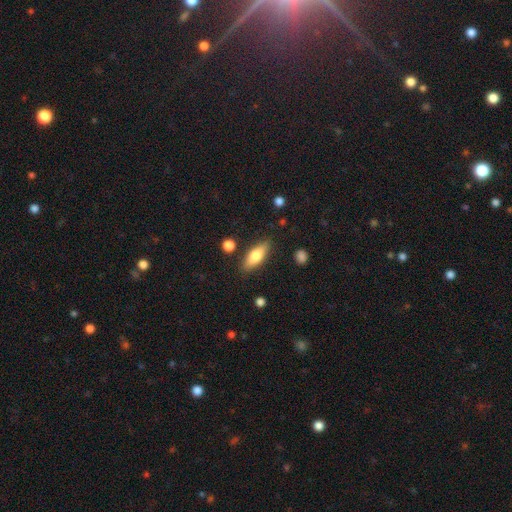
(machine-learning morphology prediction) smooth-or-featured: smooth: 69% | featured or disk: 25% | star or artifact: 6%
  how-rounded: in between: 63% | cigar-shaped: 34% | round: 3%
  merging: none: 84% | minor disturbance: 11% | major disturbance: 3% | merger: 2%